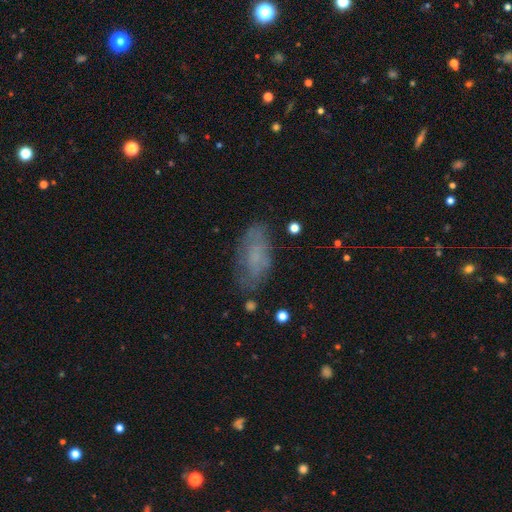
smooth_or_featured: smooth (p=0.64) [alt: featured or disk p=0.36]
how_rounded: in between (p=0.84) [alt: cigar-shaped p=0.12]
merging: none (p=0.77) [alt: minor disturbance p=0.23]